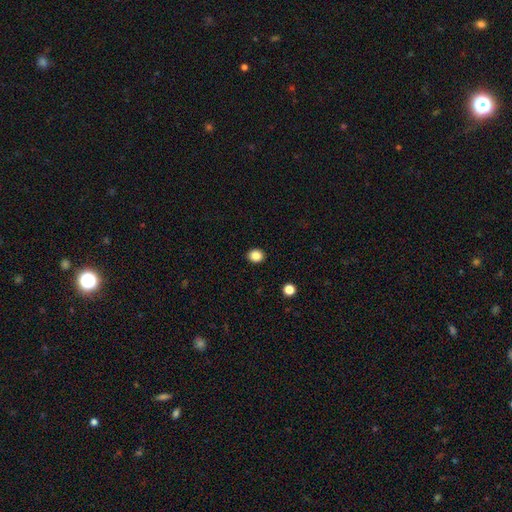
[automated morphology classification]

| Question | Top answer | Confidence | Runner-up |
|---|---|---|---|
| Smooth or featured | smooth | 86% | star or artifact (11%) |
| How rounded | round | 70% | in between (29%) |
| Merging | none | 92% | minor disturbance (5%) |